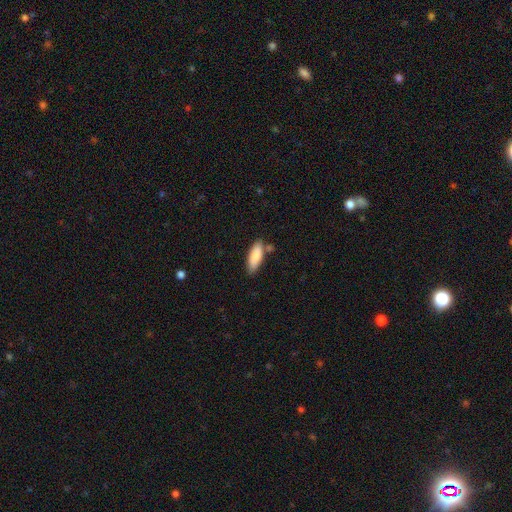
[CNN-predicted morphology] A smooth galaxy with no disk features (84%) that is in between round and cigar-shaped (65%).

Vote fractions:
- Smooth or featured? smooth: 84% / featured or disk: 10% / star or artifact: 6%
- How rounded? in between: 65% / cigar-shaped: 33% / round: 2%
- Merging? none: 77% / minor disturbance: 13% / merger: 7% / major disturbance: 3%